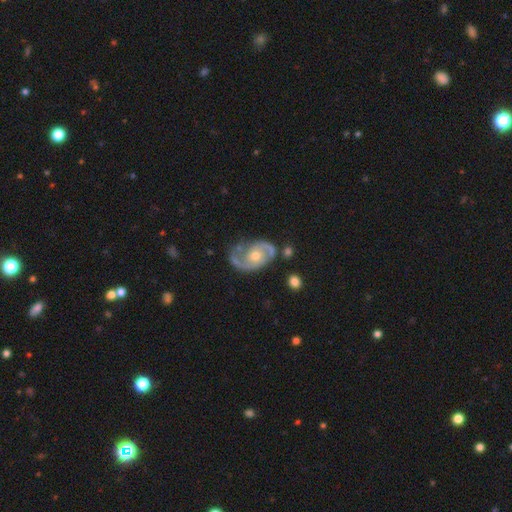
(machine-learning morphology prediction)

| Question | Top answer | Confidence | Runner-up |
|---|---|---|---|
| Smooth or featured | featured or disk | 88% | smooth (7%) |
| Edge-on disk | no | 97% | yes (3%) |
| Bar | no | 71% | weak (23%) |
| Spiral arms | yes | 96% | no (4%) |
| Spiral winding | medium | 51% | tight (29%) |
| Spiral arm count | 2 | 87% | 1 (6%) |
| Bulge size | moderate | 60% | small (35%) |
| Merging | none | 64% | minor disturbance (21%) |